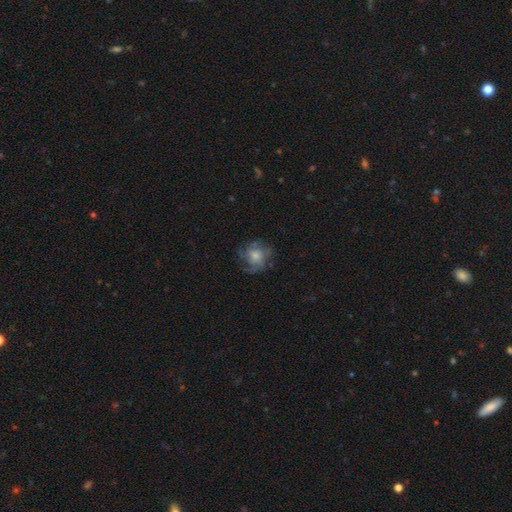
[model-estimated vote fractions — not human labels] Smooth or featured: featured or disk — 52% (smooth — 38%)
Edge-on disk: no — 97% (yes — 3%)
Bar: no — 80% (weak — 17%)
Spiral arms: yes — 72% (no — 28%)
Bulge size: moderate — 48% (small — 31%)
Merging: none — 60% (minor disturbance — 21%)